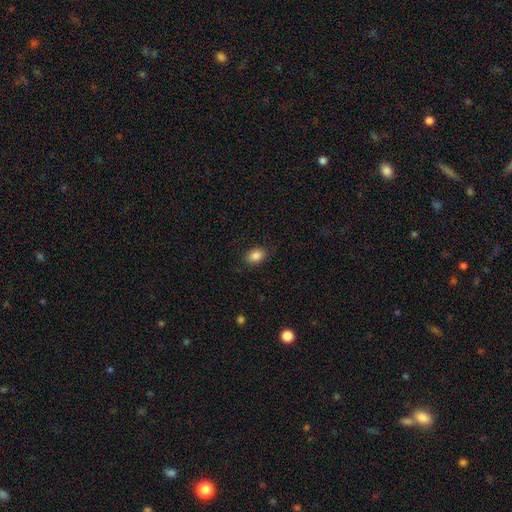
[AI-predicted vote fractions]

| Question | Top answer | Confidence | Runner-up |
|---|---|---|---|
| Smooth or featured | smooth | 86% | star or artifact (9%) |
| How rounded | in between | 78% | round (21%) |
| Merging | none | 86% | minor disturbance (11%) |